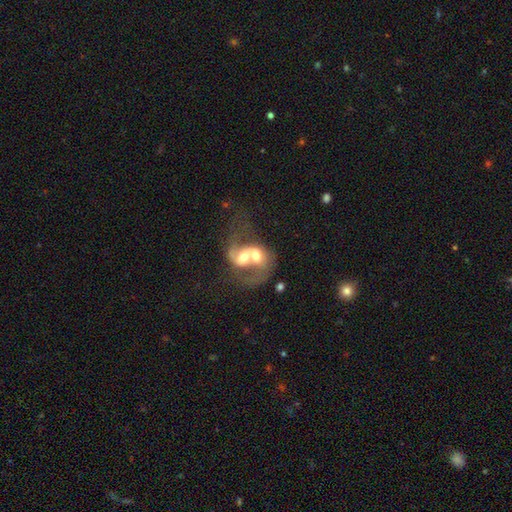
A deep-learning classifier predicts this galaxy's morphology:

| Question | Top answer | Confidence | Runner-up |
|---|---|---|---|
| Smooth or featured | featured or disk | 64% | smooth (29%) |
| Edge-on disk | no | 97% | yes (3%) |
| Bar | no | 64% | weak (27%) |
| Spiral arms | yes | 72% | no (28%) |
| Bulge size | moderate | 57% | large (23%) |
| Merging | merger | 79% | major disturbance (9%) |